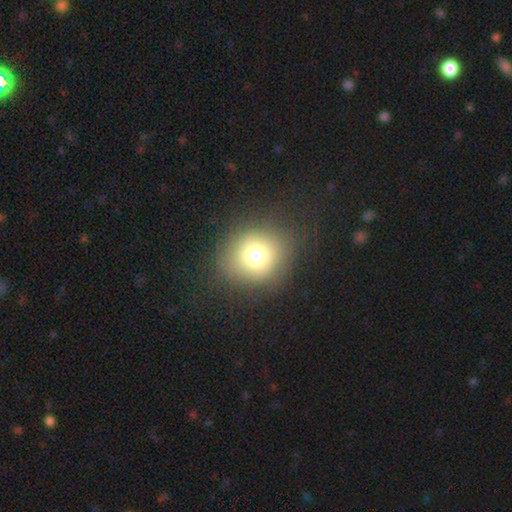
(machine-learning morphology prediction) Smooth or featured? smooth (74%)
How rounded? round (82%)
Merging? none (82%)